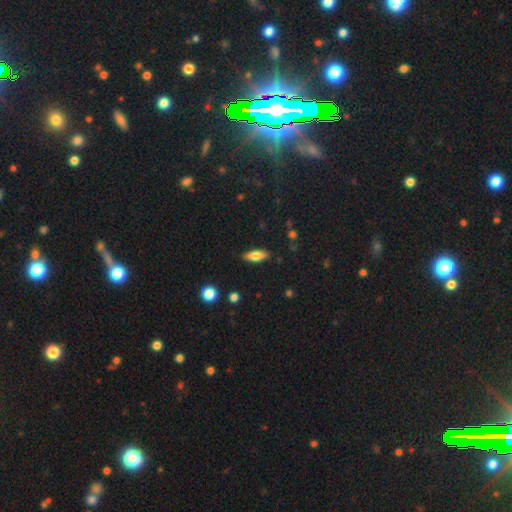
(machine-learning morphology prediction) smooth-or-featured: smooth: 69% | featured or disk: 24% | star or artifact: 7%
  how-rounded: in between: 71% | cigar-shaped: 27% | round: 3%
  merging: none: 87% | minor disturbance: 10% | major disturbance: 2% | merger: 1%